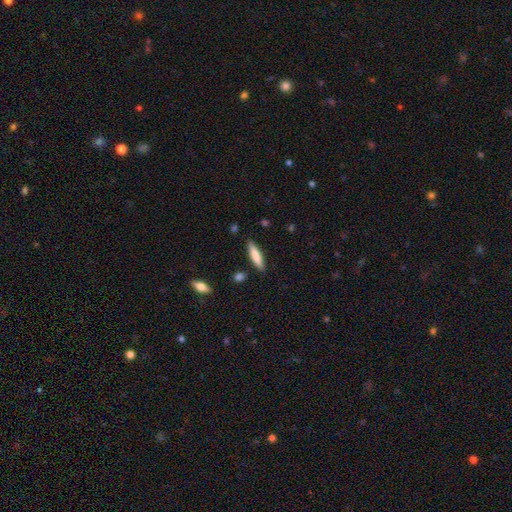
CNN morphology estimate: This is likely a smooth galaxy (80%). How rounded: likely cigar-shaped (77%). Merging: clearly none (87%).